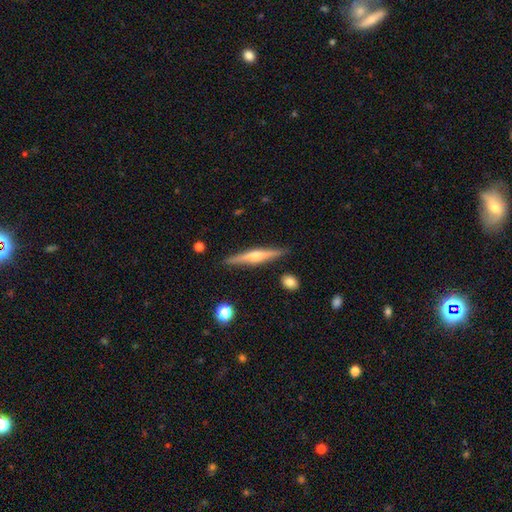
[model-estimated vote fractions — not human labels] smooth_or_featured: featured or disk (p=0.67) [alt: smooth p=0.27]
disk_edge_on: yes (p=0.97) [alt: no p=0.03]
edge_on_bulge: rounded (p=0.84) [alt: none p=0.09]
merging: none (p=0.89) [alt: minor disturbance p=0.08]